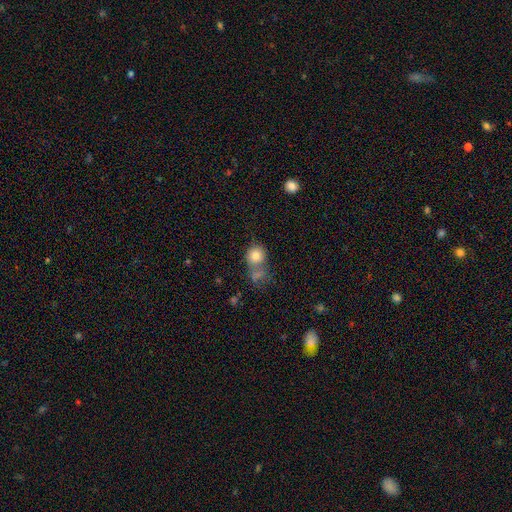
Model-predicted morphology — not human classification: Q: Smooth or featured?
A: smooth (80%); runner-up: star or artifact (10%)
Q: How rounded?
A: round (80%); runner-up: in between (19%)
Q: Merging?
A: none (47%); runner-up: merger (31%)